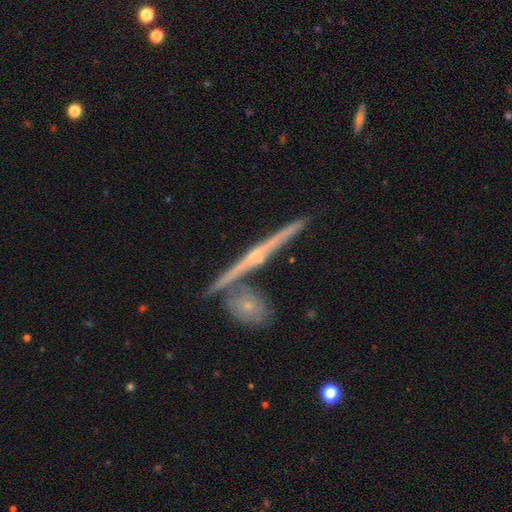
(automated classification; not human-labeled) smooth_or_featured: featured or disk (p=0.82) [alt: smooth p=0.12]
disk_edge_on: yes (p=0.98) [alt: no p=0.02]
edge_on_bulge: rounded (p=0.70) [alt: none p=0.23]
merging: none (p=0.82) [alt: merger p=0.10]